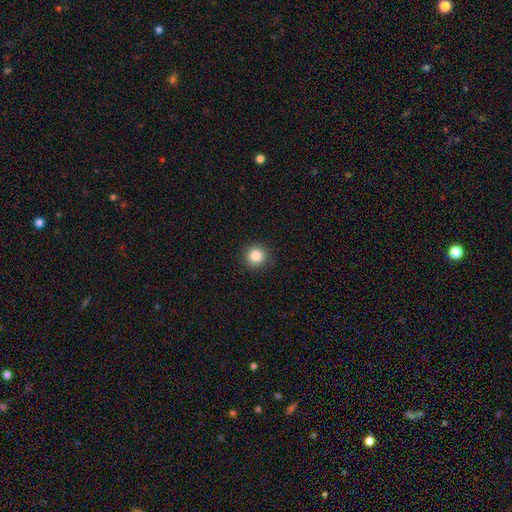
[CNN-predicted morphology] type=smooth (85%); roundness=round (95%); merging=none (92%).